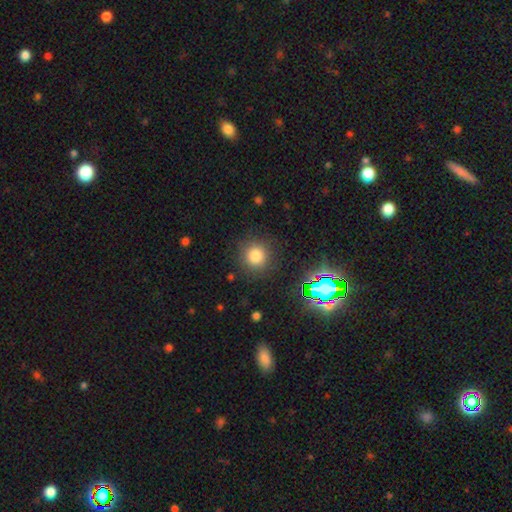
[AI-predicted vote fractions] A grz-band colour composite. It shows a smooth galaxy with no disk features (78%) that is round (93%). Merging: none (87%).